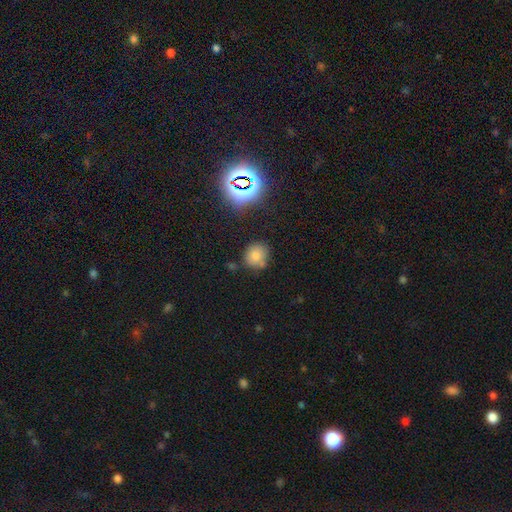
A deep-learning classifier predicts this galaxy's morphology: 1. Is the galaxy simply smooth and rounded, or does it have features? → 74% smooth, 17% star or artifact, 9% featured or disk.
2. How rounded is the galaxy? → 78% round, 21% in between, 1% cigar-shaped.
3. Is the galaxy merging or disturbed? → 71% none, 15% minor disturbance, 10% merger, 4% major disturbance.